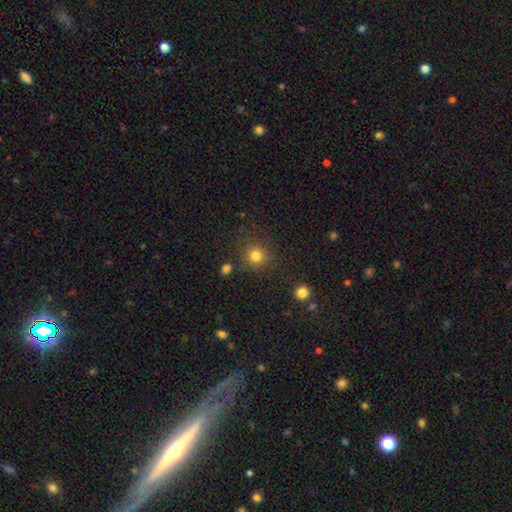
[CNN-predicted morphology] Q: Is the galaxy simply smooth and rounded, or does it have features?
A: smooth — 81%.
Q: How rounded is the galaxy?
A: round — 91%.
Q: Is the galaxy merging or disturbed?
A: none — 83%.